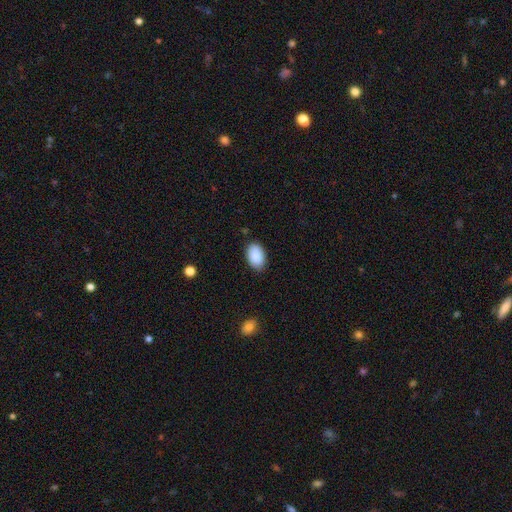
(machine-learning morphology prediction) Overall: smooth (90%). How rounded: in between (92%). Merging: none (85%).